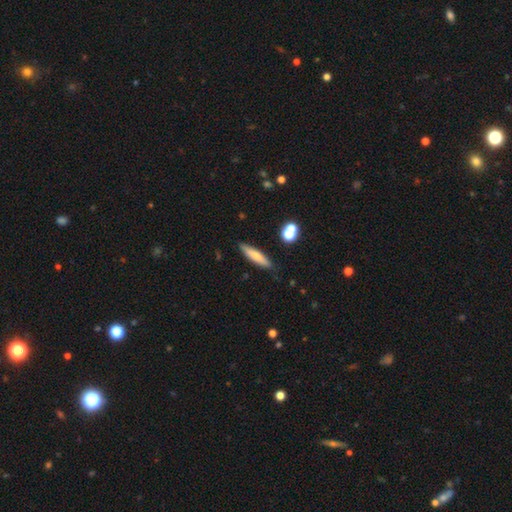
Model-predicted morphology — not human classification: The model was most divided on "smooth or featured": smooth: 71%, featured or disk: 22%, star or artifact: 7%. More confident: merging — none (85%); how rounded — cigar-shaped (80%).